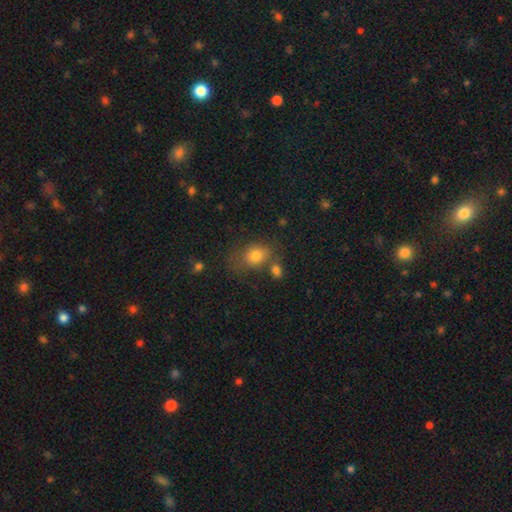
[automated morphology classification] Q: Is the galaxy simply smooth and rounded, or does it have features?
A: smooth — 78%.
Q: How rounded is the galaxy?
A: in between — 64%.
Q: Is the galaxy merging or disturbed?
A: none — 55%.